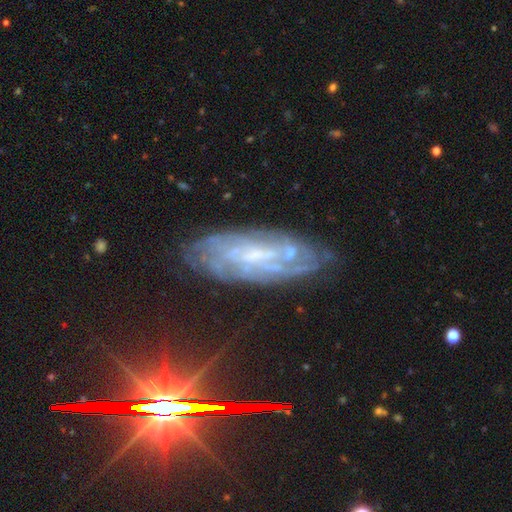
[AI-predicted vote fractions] A featured or disk galaxy (73%) with no bar (48%), tight (63%) spiral arms (84%) and a small central bulge (57%).

Vote fractions:
- Smooth or featured? featured or disk: 73% / smooth: 14% / star or artifact: 13%
- Edge-on disk? no: 86% / yes: 14%
- Bar? no: 48% / weak: 39% / strong: 13%
- Spiral arms? yes: 84% / no: 16%
- Spiral winding? tight: 63% / medium: 27% / loose: 10%
- Spiral arm count? can't tell: 60% / 2: 11% / 4: 9% / 3: 9% / more than 4: 7% / 1: 5%
- Bulge size? small: 57% / none: 22% / moderate: 19% / large: 2% / dominant: 1%
- Merging? none: 73% / minor disturbance: 18% / major disturbance: 6% / merger: 2%